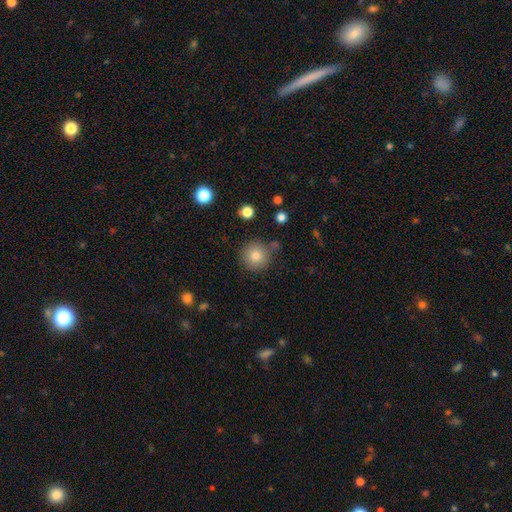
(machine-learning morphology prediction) Smooth or featured? Predicted: smooth (p=0.83). How rounded? Predicted: round (p=0.94). Merging? Predicted: none (p=0.80).